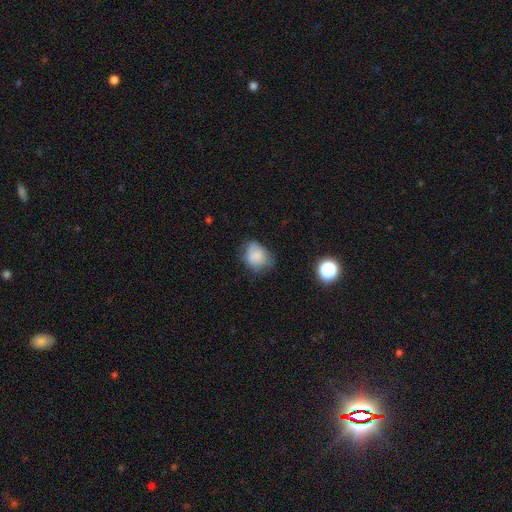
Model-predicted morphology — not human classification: Smooth or featured? smooth (81%)
How rounded? in between (55%)
Merging? none (53%)